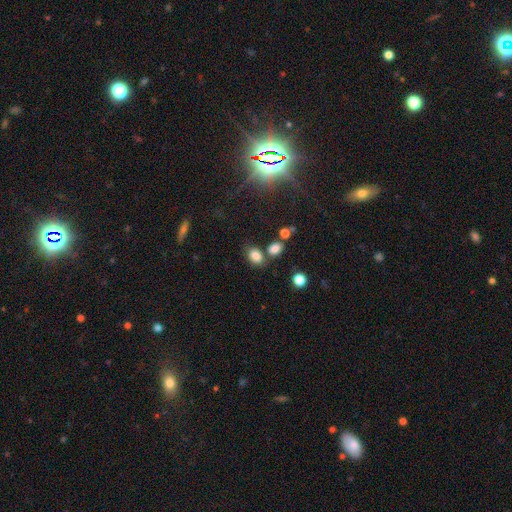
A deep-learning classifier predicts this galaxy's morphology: This appears to be a smooth galaxy with no disk features (82%) that is in between round and cigar-shaped (76%). Merging: none (61%).